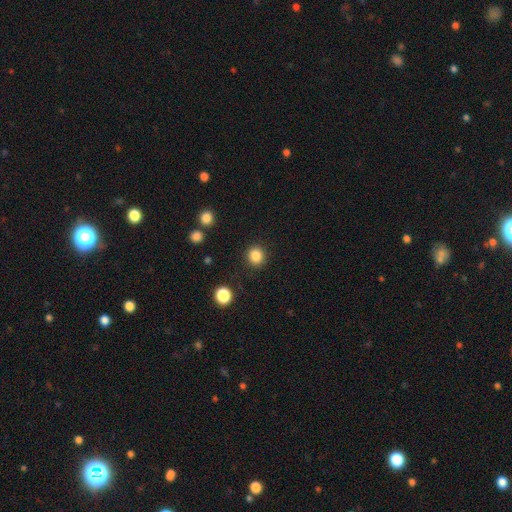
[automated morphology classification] Smooth or featured? smooth (85%)
How rounded? round (88%)
Merging? none (90%)